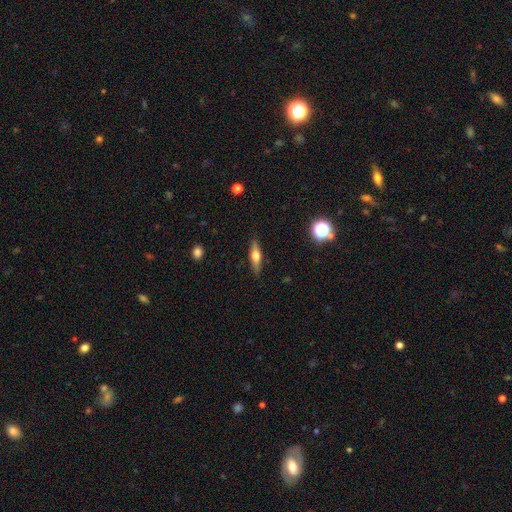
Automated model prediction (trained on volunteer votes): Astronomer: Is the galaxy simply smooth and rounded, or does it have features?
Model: featured or disk — 52% (runner-up: smooth, 41%).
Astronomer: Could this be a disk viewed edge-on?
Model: yes — 93%.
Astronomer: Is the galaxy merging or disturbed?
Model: none — 88%.